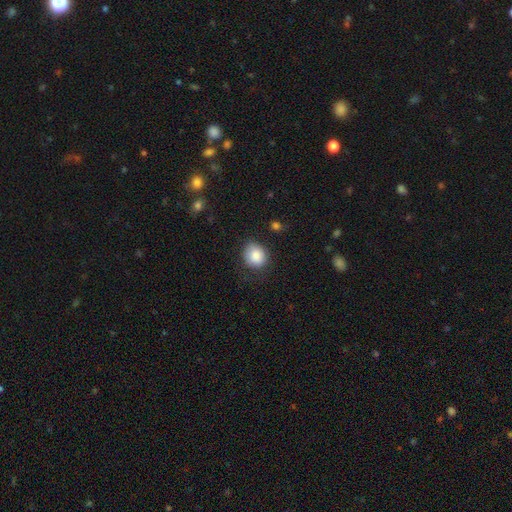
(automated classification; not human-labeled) Q: Smooth or featured?
A: smooth (87%); runner-up: star or artifact (8%)
Q: How rounded?
A: round (73%); runner-up: in between (26%)
Q: Merging?
A: none (73%); runner-up: minor disturbance (20%)